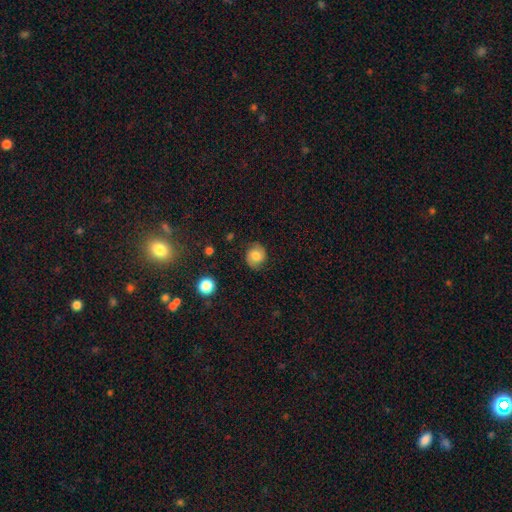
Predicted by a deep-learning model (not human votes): smooth-or-featured: smooth: 53% | featured or disk: 36% | star or artifact: 11%
  how-rounded: round: 76% | in between: 23% | cigar-shaped: 1%
  merging: none: 81% | minor disturbance: 14% | major disturbance: 4% | merger: 1%